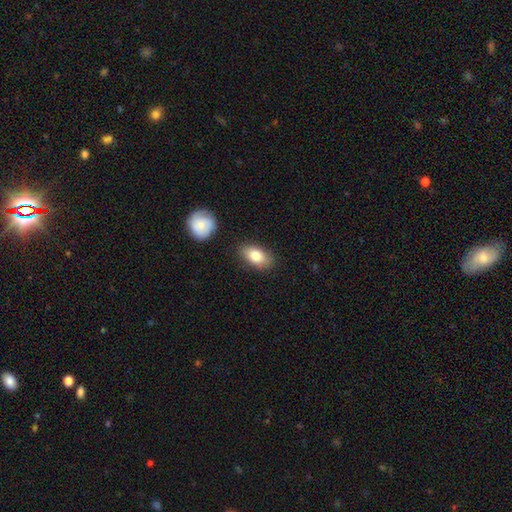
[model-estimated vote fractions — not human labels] smooth-or-featured: smooth: 80% | featured or disk: 14% | star or artifact: 7%
  how-rounded: in between: 88% | round: 8% | cigar-shaped: 4%
  merging: none: 82% | minor disturbance: 12% | merger: 3% | major disturbance: 3%